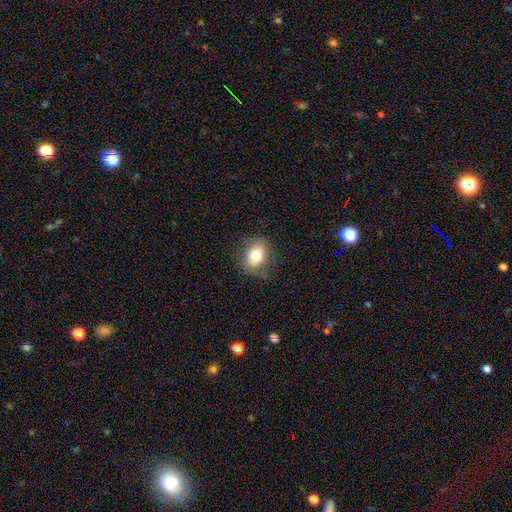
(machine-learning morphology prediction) The model was most divided on "how rounded": in between: 65%, round: 34%, cigar-shaped: 1%. More confident: merging — none (79%); smooth or featured — smooth (74%).